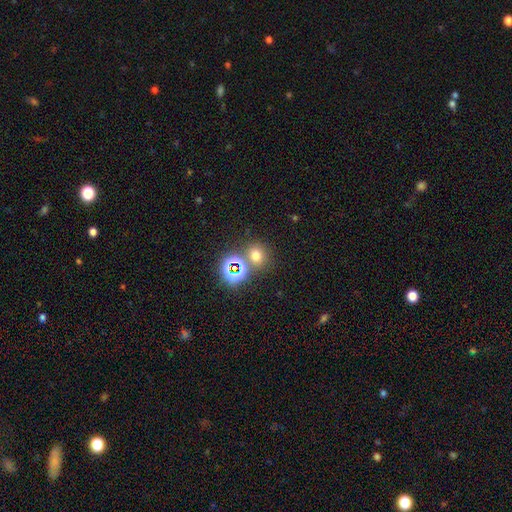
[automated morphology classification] Overall: smooth (62%; star or artifact 30%). How rounded: round (80%). Merging: none (71%).